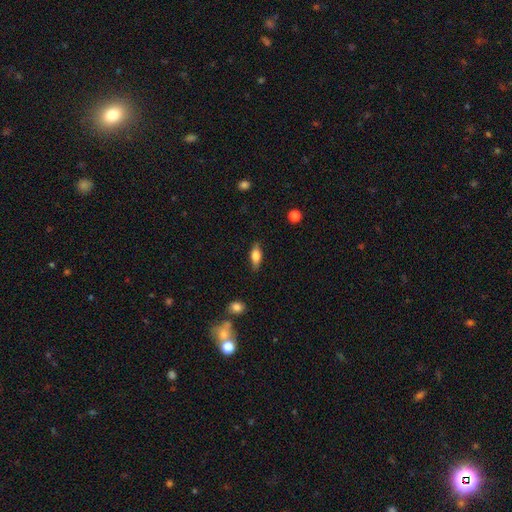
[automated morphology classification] smooth_or_featured: smooth (p=0.67) [alt: featured or disk p=0.26]
how_rounded: in between (p=0.72) [alt: cigar-shaped p=0.24]
merging: none (p=0.84) [alt: minor disturbance p=0.12]